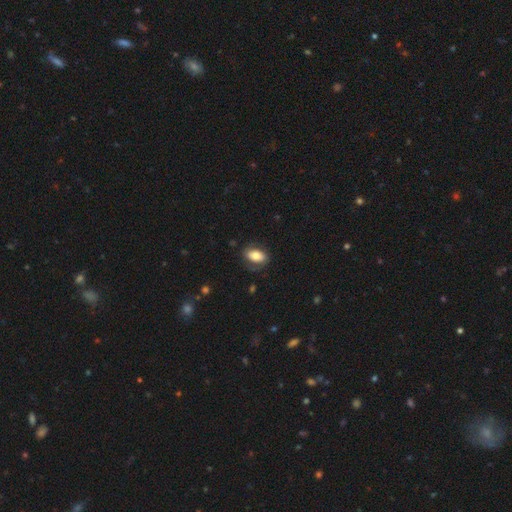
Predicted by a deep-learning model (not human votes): smooth_or_featured: smooth (p=0.74) [alt: featured or disk p=0.19]
how_rounded: in between (p=0.91) [alt: round p=0.07]
merging: none (p=0.75) [alt: minor disturbance p=0.17]